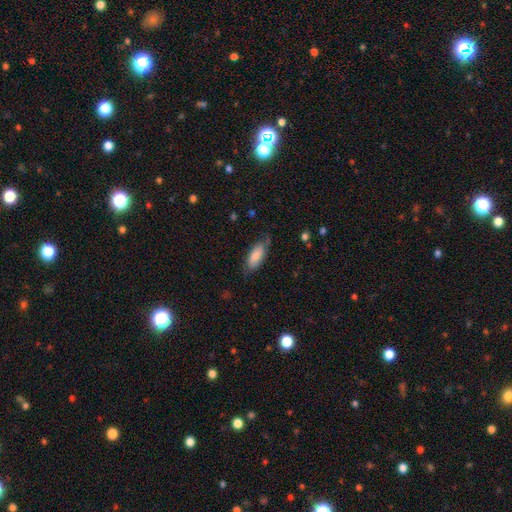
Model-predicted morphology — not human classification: smooth 74%, featured or disk 20%, star or artifact 6%. Down the decision tree: how rounded — in between (82%); merging — none (64%).